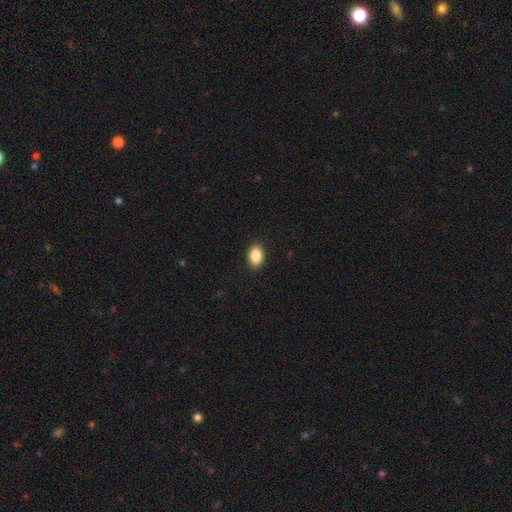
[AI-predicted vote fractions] Smooth or featured? Predicted: smooth (p=0.88). How rounded? Predicted: in between (p=0.88). Merging? Predicted: none (p=0.90).